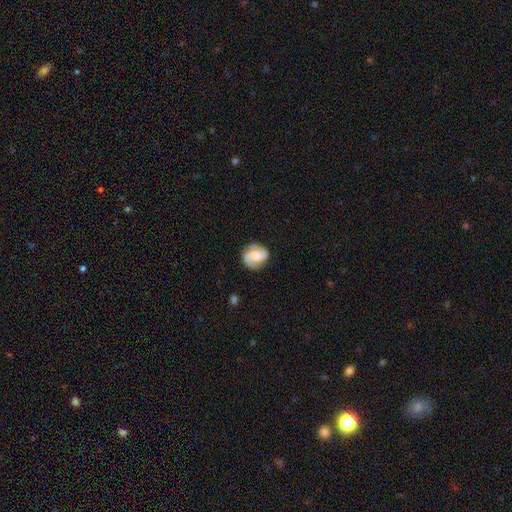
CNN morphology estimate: smooth_or_featured: featured or disk (p=0.75) [alt: smooth p=0.19]
disk_edge_on: no (p=0.98) [alt: yes p=0.02]
bar: no (p=0.49) [alt: weak p=0.40]
has_spiral_arms: yes (p=0.96) [alt: no p=0.04]
spiral_winding: medium (p=0.48) [alt: tight p=0.34]
spiral_arm_count: 2 (p=0.86) [alt: can't tell p=0.05]
bulge_size: moderate (p=0.39) [alt: small p=0.24]
merging: none (p=0.79) [alt: minor disturbance p=0.14]